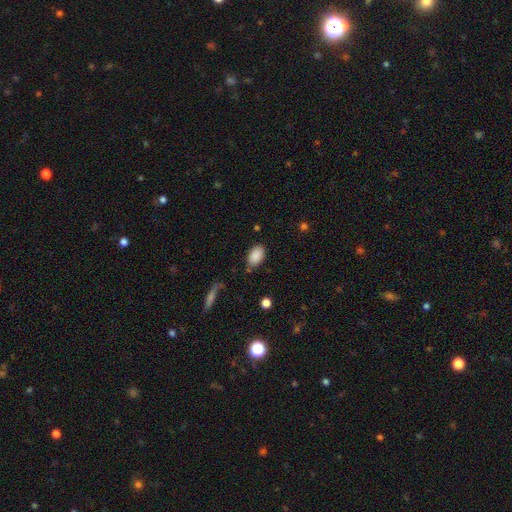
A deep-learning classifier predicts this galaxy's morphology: smooth_or_featured: smooth (p=0.88) [alt: star or artifact p=0.07]
how_rounded: in between (p=0.92) [alt: round p=0.07]
merging: none (p=0.78) [alt: minor disturbance p=0.15]